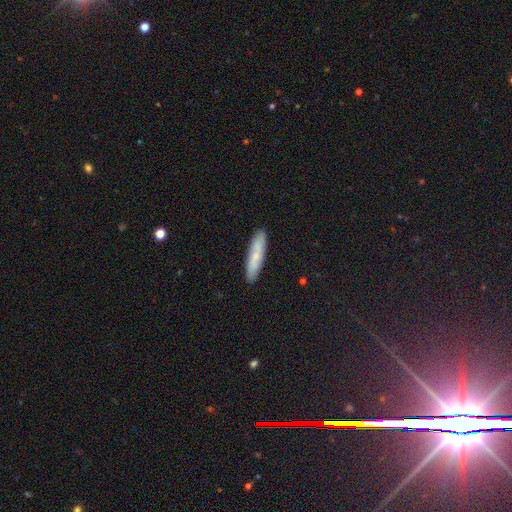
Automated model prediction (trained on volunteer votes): Smooth or featured? smooth (68%)
How rounded? cigar-shaped (84%)
Merging? none (89%)